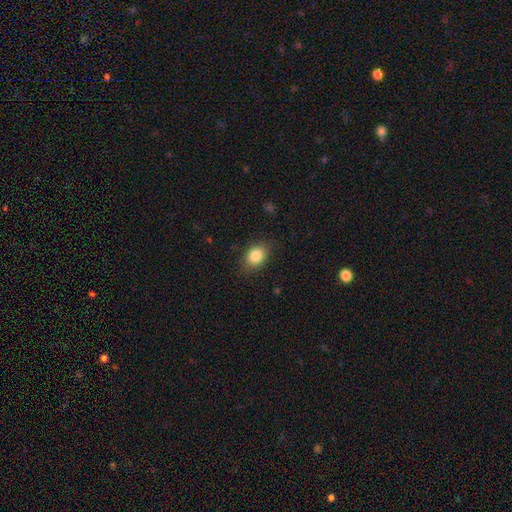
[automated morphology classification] A smooth galaxy with no disk features (84%) that is in between round and cigar-shaped (71%).

Vote fractions:
- Smooth or featured? smooth: 84% / star or artifact: 9% / featured or disk: 7%
- How rounded? in between: 71% / round: 28% / cigar-shaped: 1%
- Merging? none: 82% / minor disturbance: 14% / major disturbance: 3% / merger: 1%